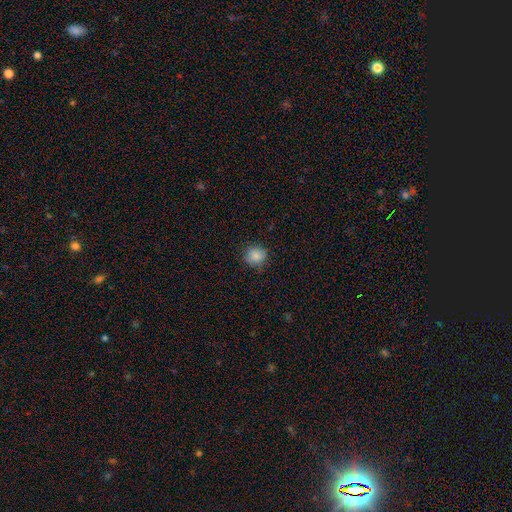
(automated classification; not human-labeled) Smooth or featured: smooth — 86% (star or artifact — 9%)
How rounded: round — 83% (in between — 16%)
Merging: none — 83% (minor disturbance — 13%)